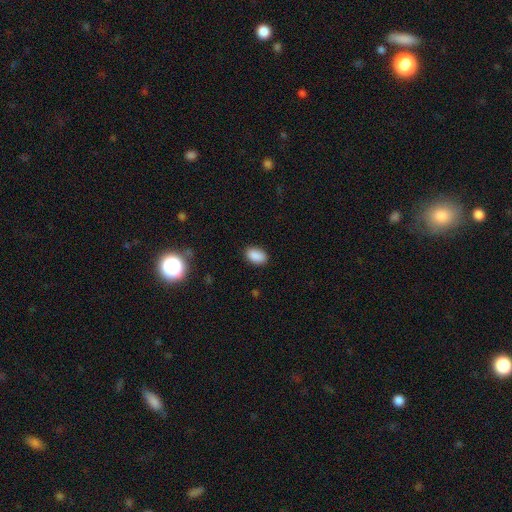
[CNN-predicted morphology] The model was most divided on "merging": none: 87%, minor disturbance: 10%, major disturbance: 2%, merger: 1%. More confident: how rounded — in between (91%); smooth or featured — smooth (89%).